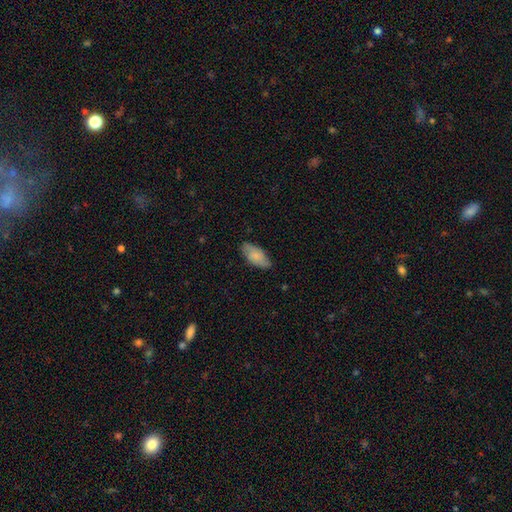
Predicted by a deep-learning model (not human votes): smooth-or-featured: smooth: 78% | featured or disk: 16% | star or artifact: 6%
  how-rounded: in between: 90% | cigar-shaped: 8% | round: 2%
  merging: none: 78% | minor disturbance: 18% | major disturbance: 3% | merger: 1%